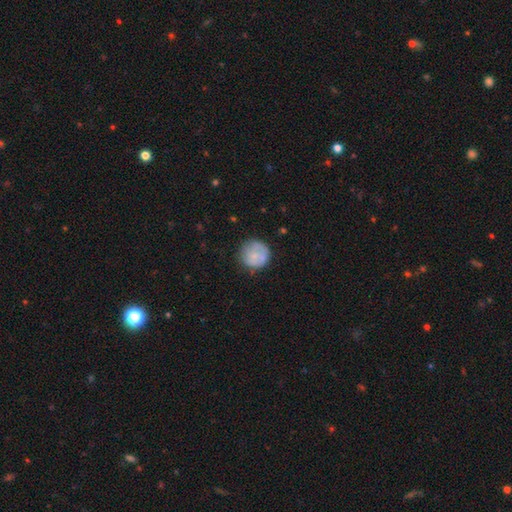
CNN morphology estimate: smooth_or_featured: smooth (p=0.70) [alt: featured or disk p=0.22]
how_rounded: round (p=0.93) [alt: in between p=0.06]
merging: none (p=0.71) [alt: minor disturbance p=0.19]